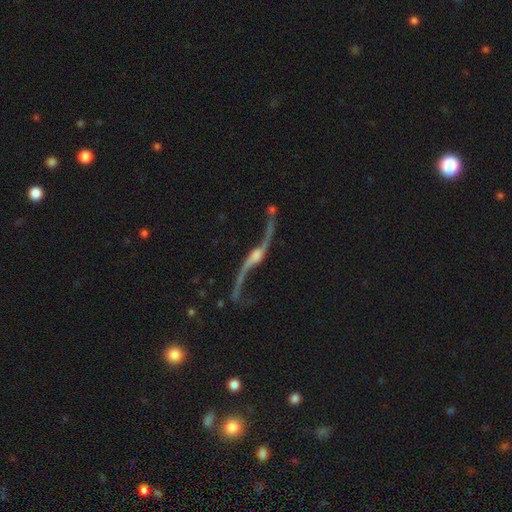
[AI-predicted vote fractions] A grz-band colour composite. It shows a featured or disk galaxy (91%) with no bar (51%), 2 (94%) loose (95%) spiral arms (96%) and a moderate central bulge (40%). Merging: none (66%).